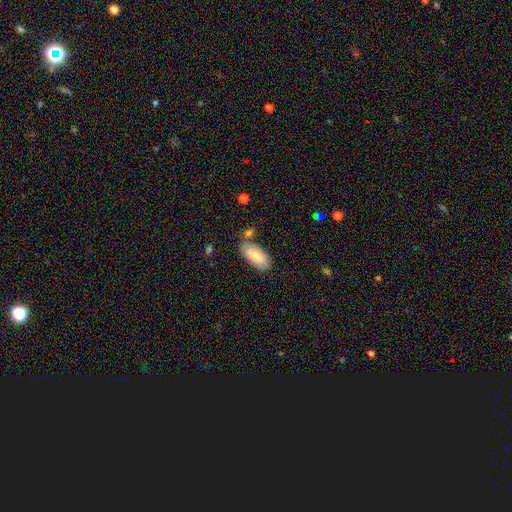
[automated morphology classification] Smooth or featured?
  - smooth: 76% *
  - featured or disk: 18%
  - star or artifact: 6%
How rounded?
  - in between: 89% *
  - cigar-shaped: 9%
  - round: 2%
Merging?
  - none: 73% *
  - minor disturbance: 16%
  - merger: 8%
  - major disturbance: 3%